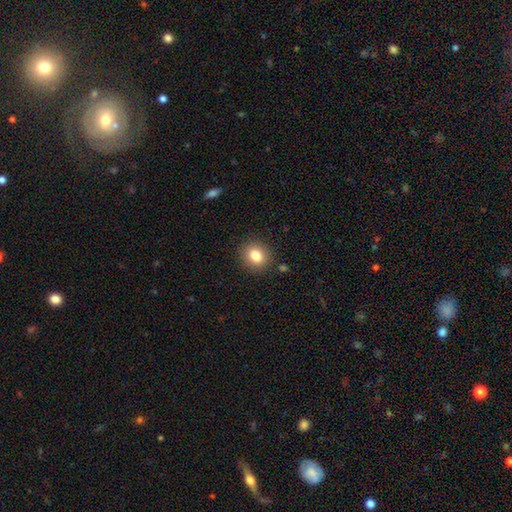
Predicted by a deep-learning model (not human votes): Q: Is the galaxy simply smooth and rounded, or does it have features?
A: smooth — 82%.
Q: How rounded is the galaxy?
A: round — 73%.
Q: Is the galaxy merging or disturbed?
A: none — 88%.